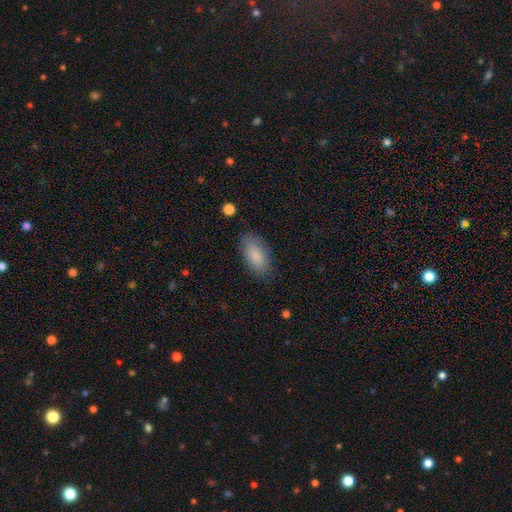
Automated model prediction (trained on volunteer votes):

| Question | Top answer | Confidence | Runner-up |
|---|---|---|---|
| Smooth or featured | smooth | 87% | featured or disk (7%) |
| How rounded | in between | 93% | cigar-shaped (4%) |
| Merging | none | 82% | minor disturbance (13%) |